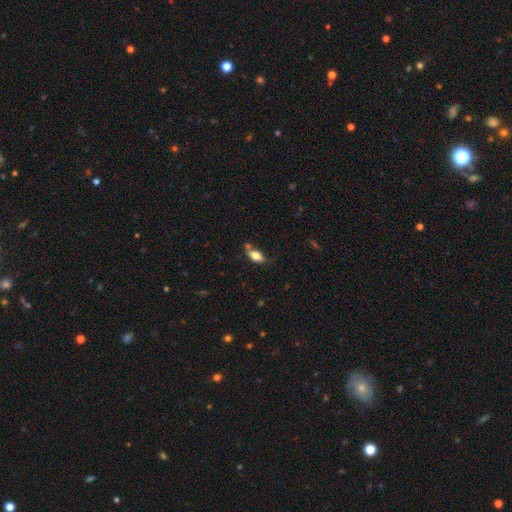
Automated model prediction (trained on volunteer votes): Smooth or featured?
  - smooth: 73% *
  - featured or disk: 19%
  - star or artifact: 8%
How rounded?
  - in between: 84% *
  - cigar-shaped: 12%
  - round: 4%
Merging?
  - none: 54% *
  - minor disturbance: 23%
  - merger: 16%
  - major disturbance: 7%